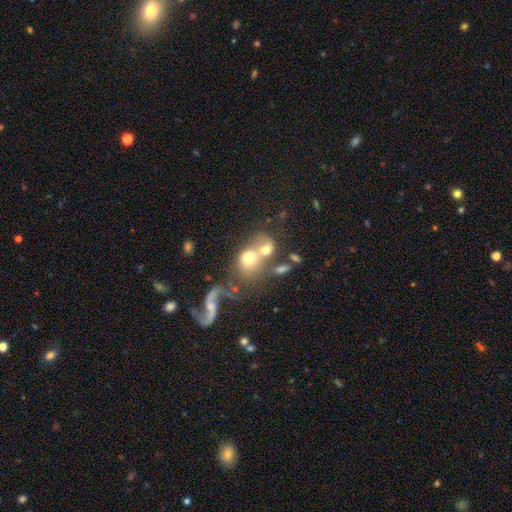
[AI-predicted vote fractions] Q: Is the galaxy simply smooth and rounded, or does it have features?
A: smooth — 48%.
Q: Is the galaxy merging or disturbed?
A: merger — 49%.